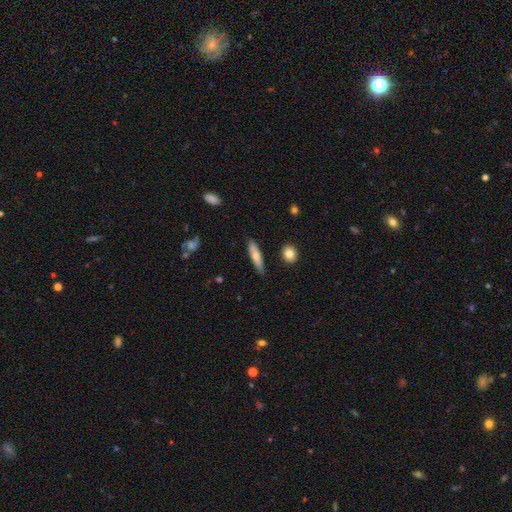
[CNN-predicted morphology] Smooth or featured?
  - smooth: 65% *
  - featured or disk: 29%
  - star or artifact: 6%
How rounded?
  - cigar-shaped: 76% *
  - in between: 22%
  - round: 2%
Merging?
  - none: 84% *
  - minor disturbance: 12%
  - major disturbance: 2%
  - merger: 2%